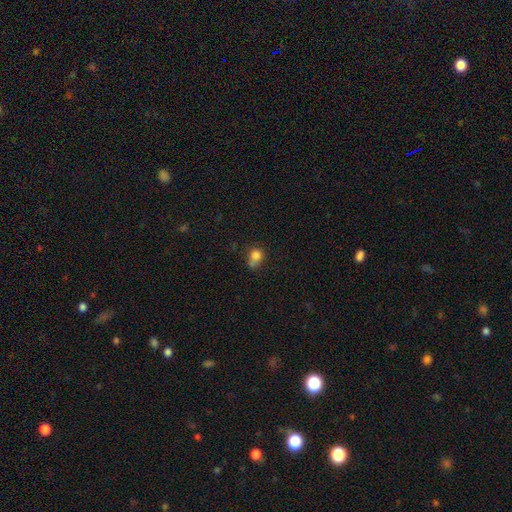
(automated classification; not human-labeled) This is likely a smooth galaxy (79%). How rounded: possibly round (58%). Merging: marginally none (41%).